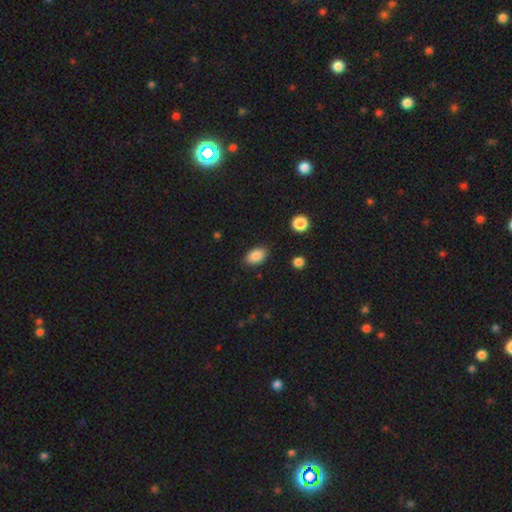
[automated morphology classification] A smooth galaxy with no disk features (87%) that is in between round and cigar-shaped (88%).

Vote fractions:
- Smooth or featured? smooth: 87% / star or artifact: 8% / featured or disk: 5%
- How rounded? in between: 88% / round: 10% / cigar-shaped: 1%
- Merging? none: 85% / minor disturbance: 10% / major disturbance: 3% / merger: 2%